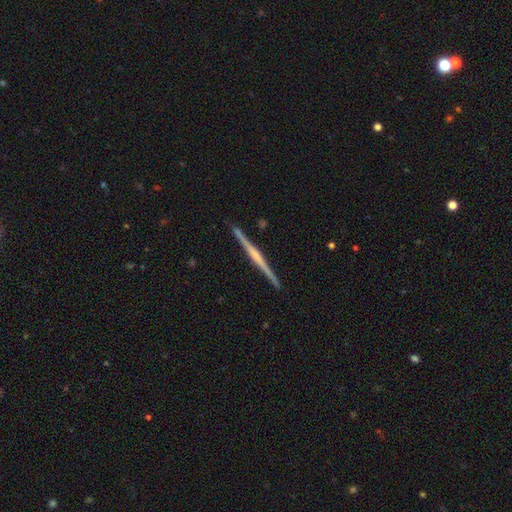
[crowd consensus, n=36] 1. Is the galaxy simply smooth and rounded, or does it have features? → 81% featured or disk, 14% smooth, 6% star or artifact.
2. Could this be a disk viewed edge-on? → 100% yes, 0% no.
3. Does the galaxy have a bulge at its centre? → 41% boxy, 31% rounded, 28% none.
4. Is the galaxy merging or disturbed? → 88% none, 6% minor disturbance, 6% major disturbance, 0% merger.